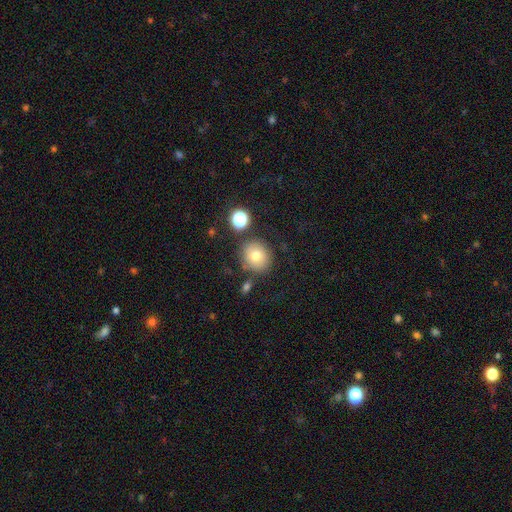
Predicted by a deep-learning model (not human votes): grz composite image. It shows a smooth galaxy with no disk features (75%) that is round (83%). Merging: none (78%).